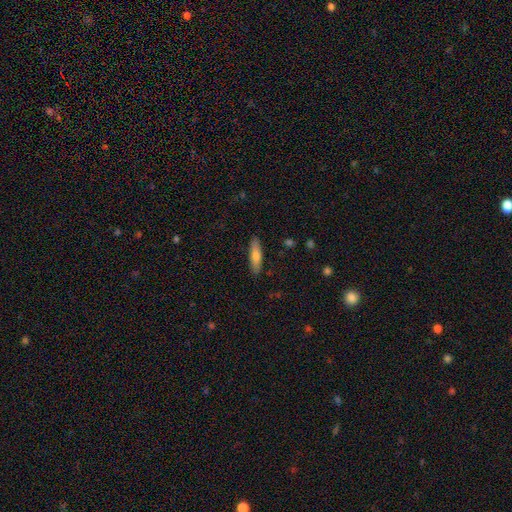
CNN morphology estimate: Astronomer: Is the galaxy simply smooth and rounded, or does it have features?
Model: smooth — 72%.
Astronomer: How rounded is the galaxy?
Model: cigar-shaped — 71%.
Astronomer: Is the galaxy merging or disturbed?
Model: none — 88%.